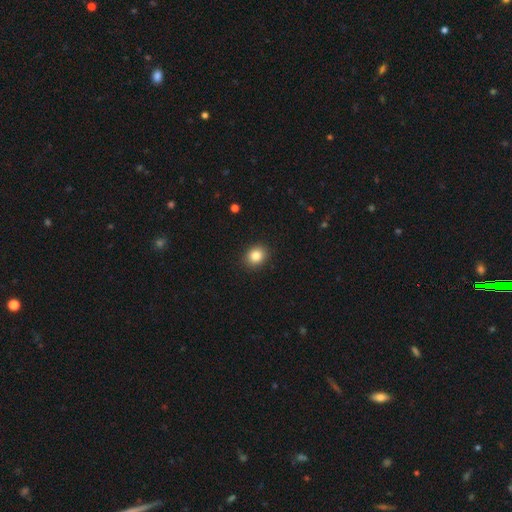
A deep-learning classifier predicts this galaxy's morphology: A smooth galaxy with no disk features (85%) that is round (61%).

Vote fractions:
- Smooth or featured? smooth: 85% / star or artifact: 10% / featured or disk: 6%
- How rounded? round: 61% / in between: 38% / cigar-shaped: 1%
- Merging? none: 90% / minor disturbance: 7% / major disturbance: 2% / merger: 1%